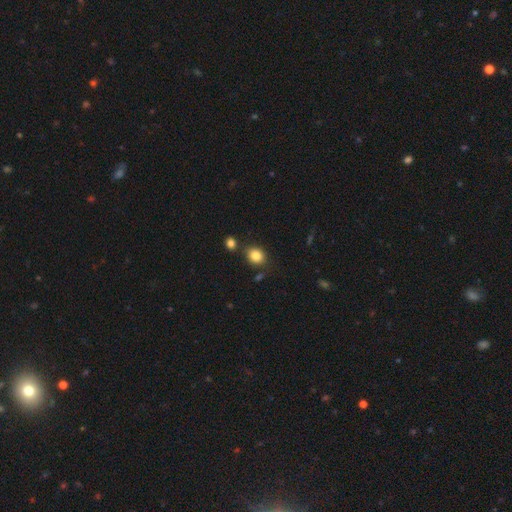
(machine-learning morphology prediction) Smooth or featured?
  - smooth: 84% *
  - star or artifact: 10%
  - featured or disk: 6%
How rounded?
  - round: 59% *
  - in between: 40%
  - cigar-shaped: 1%
Merging?
  - none: 76% *
  - minor disturbance: 11%
  - merger: 9%
  - major disturbance: 3%